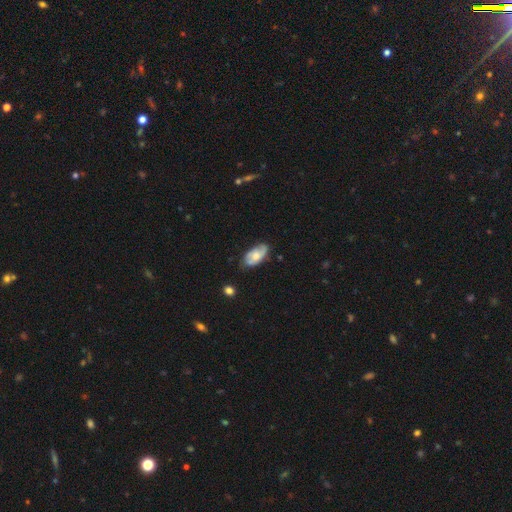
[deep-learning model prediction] Smooth or featured: featured or disk — 50% (smooth — 44%)
Merging: none — 69% (minor disturbance — 24%)